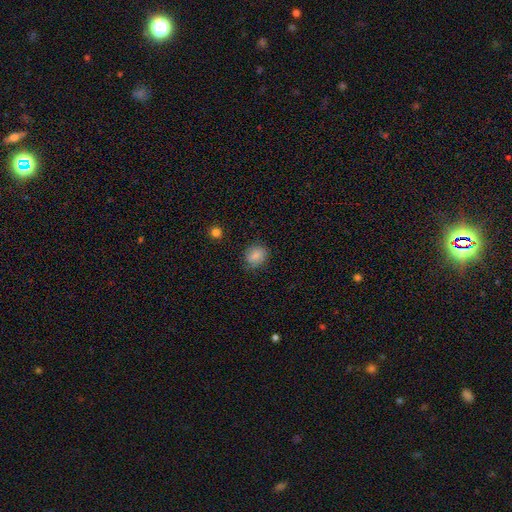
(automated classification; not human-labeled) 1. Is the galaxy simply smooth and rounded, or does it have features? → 80% smooth, 11% featured or disk, 9% star or artifact.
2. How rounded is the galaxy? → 66% round, 33% in between, 1% cigar-shaped.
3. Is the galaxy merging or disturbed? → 76% none, 18% minor disturbance, 4% major disturbance, 1% merger.